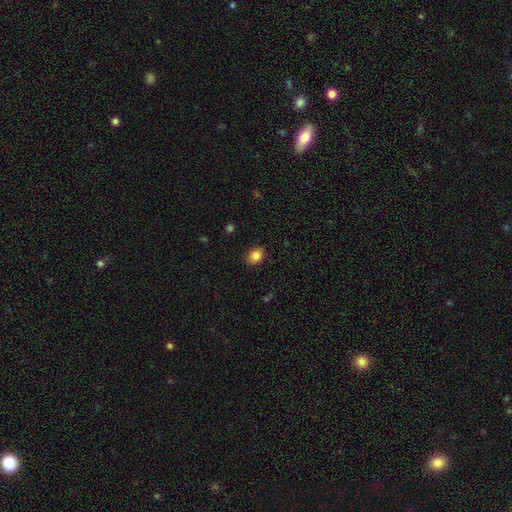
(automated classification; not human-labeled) The model was most divided on "how rounded": round: 58%, in between: 41%, cigar-shaped: 1%. More confident: merging — none (89%); smooth or featured — smooth (84%).